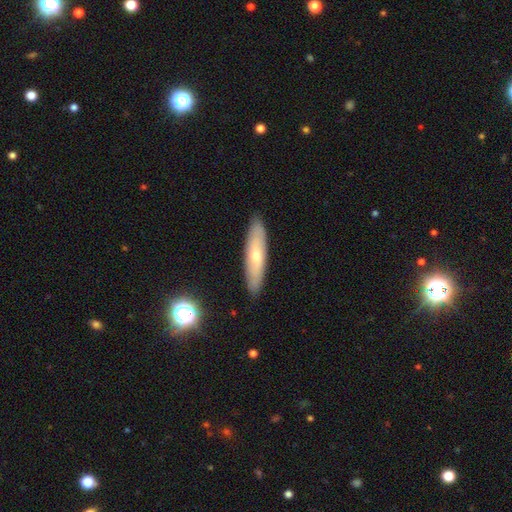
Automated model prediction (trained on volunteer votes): Q: Smooth or featured?
A: smooth (54%); runner-up: featured or disk (39%)
Q: How rounded?
A: cigar-shaped (76%); runner-up: in between (22%)
Q: Merging?
A: none (89%); runner-up: minor disturbance (8%)